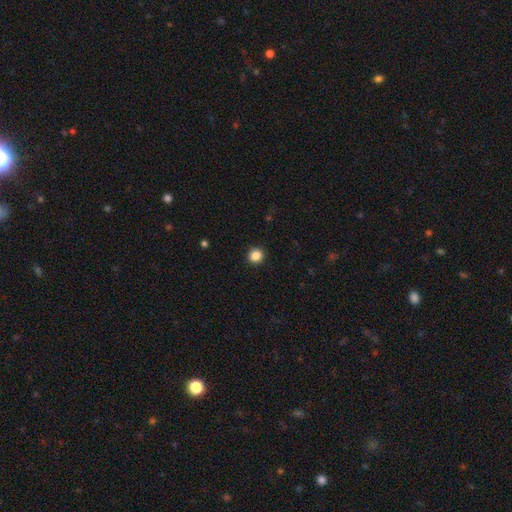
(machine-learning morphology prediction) A smooth galaxy with no disk features (86%) that is round (91%).

Vote fractions:
- Smooth or featured? smooth: 86% / star or artifact: 10% / featured or disk: 3%
- How rounded? round: 91% / in between: 8% / cigar-shaped: 1%
- Merging? none: 93% / minor disturbance: 5% / major disturbance: 2% / merger: 1%